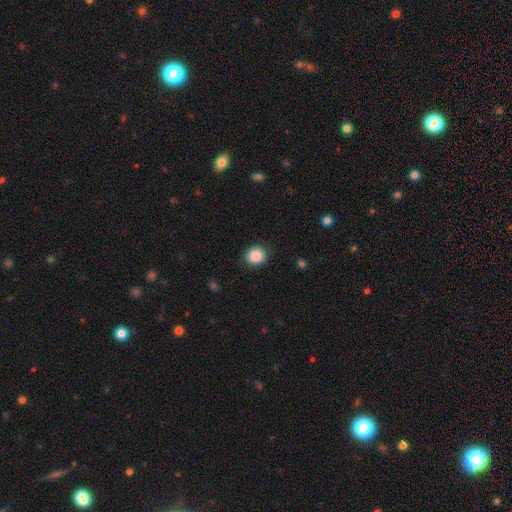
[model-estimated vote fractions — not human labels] Smooth or featured: smooth — 87% (star or artifact — 9%)
How rounded: round — 87% (in between — 12%)
Merging: none — 88% (minor disturbance — 8%)